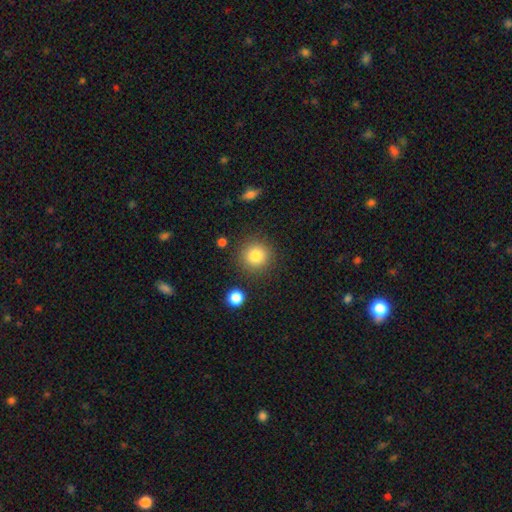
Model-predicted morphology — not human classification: Smooth or featured? smooth (84%)
How rounded? round (93%)
Merging? none (86%)